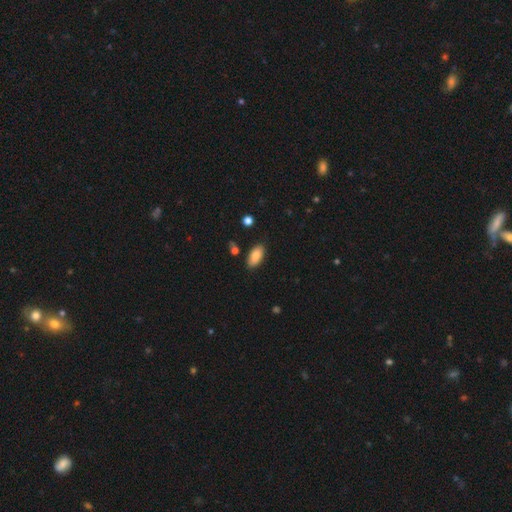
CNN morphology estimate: A smooth galaxy with no disk features (86%) that is in between round and cigar-shaped (92%).

Vote fractions:
- Smooth or featured? smooth: 86% / featured or disk: 7% / star or artifact: 7%
- How rounded? in between: 92% / cigar-shaped: 6% / round: 2%
- Merging? none: 84% / minor disturbance: 11% / major disturbance: 2% / merger: 2%